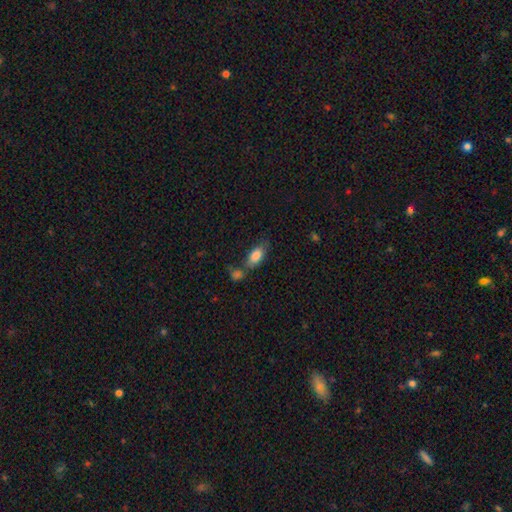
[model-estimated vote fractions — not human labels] smooth 81%, featured or disk 11%, star or artifact 7%. Down the decision tree: how rounded — in between (87%); merging — none (52%).